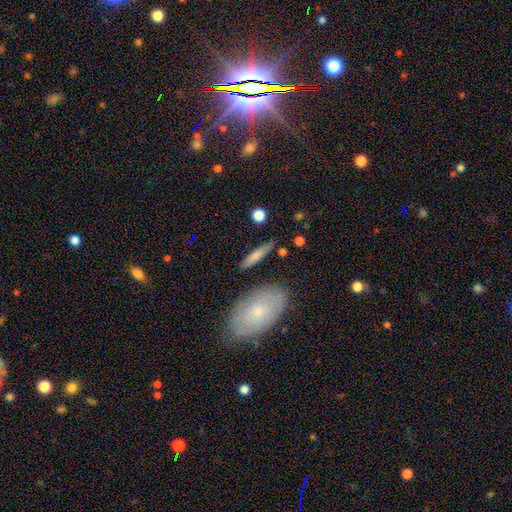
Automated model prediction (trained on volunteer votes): Smooth or featured? Predicted: smooth (p=0.72). How rounded? Predicted: cigar-shaped (p=0.80). Merging? Predicted: none (p=0.85).